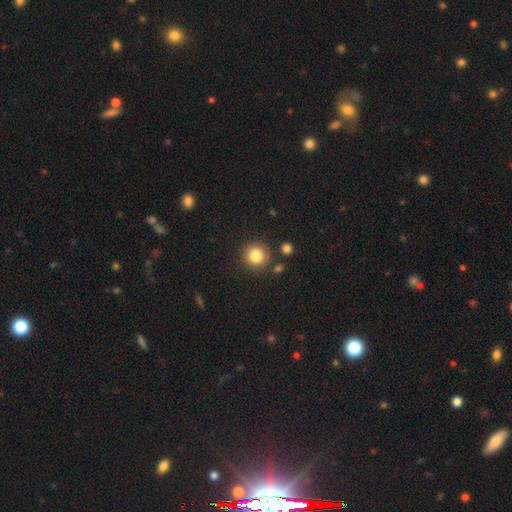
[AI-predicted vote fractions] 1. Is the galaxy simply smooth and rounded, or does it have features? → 84% smooth, 10% star or artifact, 6% featured or disk.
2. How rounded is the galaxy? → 93% round, 6% in between, 1% cigar-shaped.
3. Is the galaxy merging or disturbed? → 84% none, 9% minor disturbance, 5% merger, 3% major disturbance.